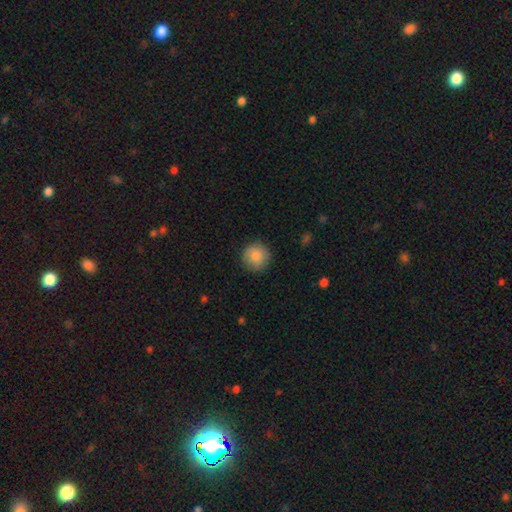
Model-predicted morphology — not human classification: A smooth galaxy with no disk features (85%) that is round (95%). Merging: none (87%).